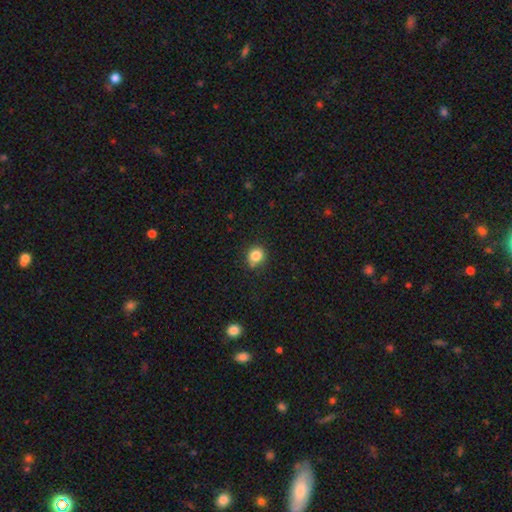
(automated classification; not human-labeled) smooth 83%, star or artifact 12%, featured or disk 5%. Down the decision tree: how rounded — round (80%); merging — none (78%).